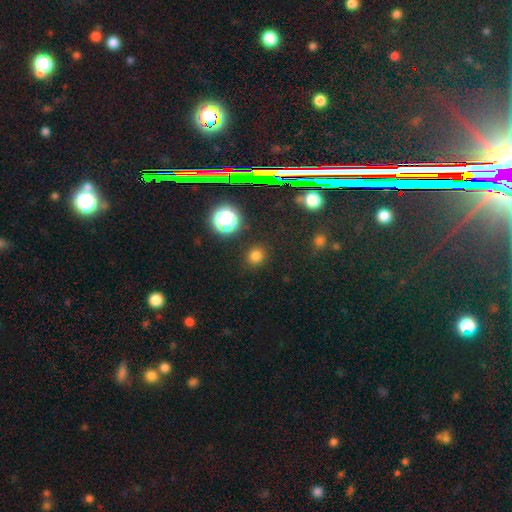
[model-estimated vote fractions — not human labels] A smooth galaxy with no disk features (74%) that is round (88%). Merging: none (89%).